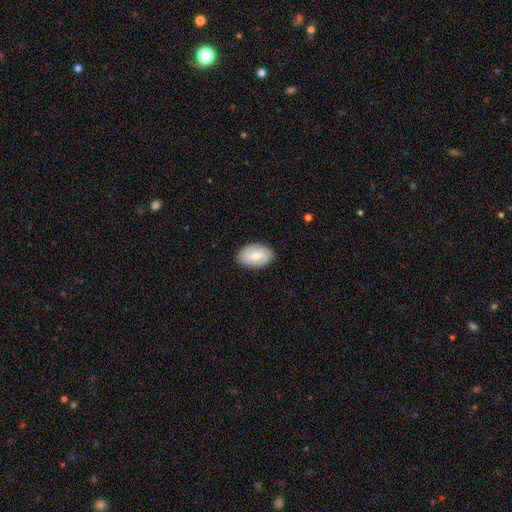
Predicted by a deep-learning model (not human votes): Q: Smooth or featured?
A: smooth (70%); runner-up: featured or disk (23%)
Q: How rounded?
A: in between (91%); runner-up: round (8%)
Q: Merging?
A: none (86%); runner-up: minor disturbance (11%)